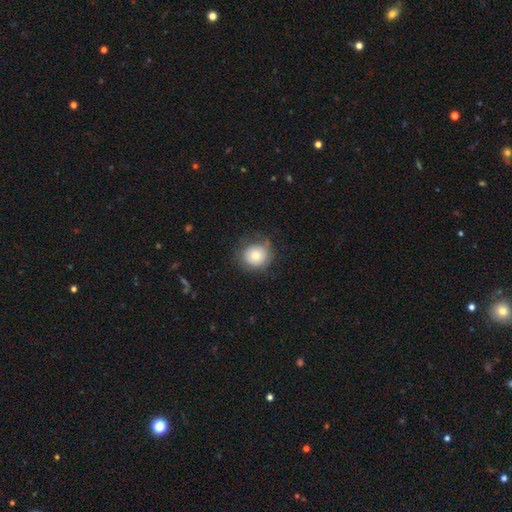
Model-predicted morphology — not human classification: Smooth or featured? Predicted: smooth (p=0.75). How rounded? Predicted: round (p=0.88). Merging? Predicted: none (p=0.71).